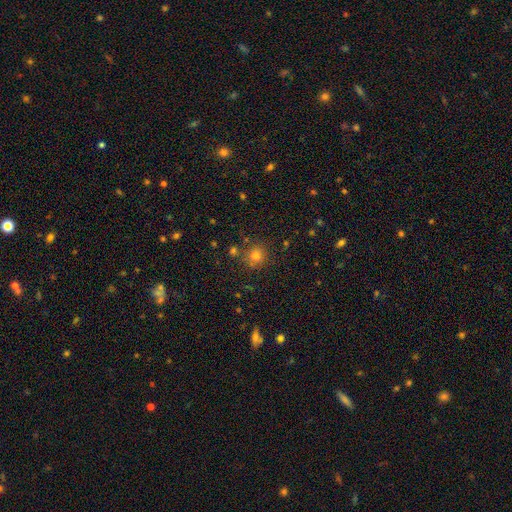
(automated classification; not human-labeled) A smooth galaxy with no disk features (75%) that is round (91%).

Vote fractions:
- Smooth or featured? smooth: 75% / star or artifact: 18% / featured or disk: 7%
- How rounded? round: 91% / in between: 8% / cigar-shaped: 1%
- Merging? none: 81% / minor disturbance: 9% / merger: 7% / major disturbance: 3%